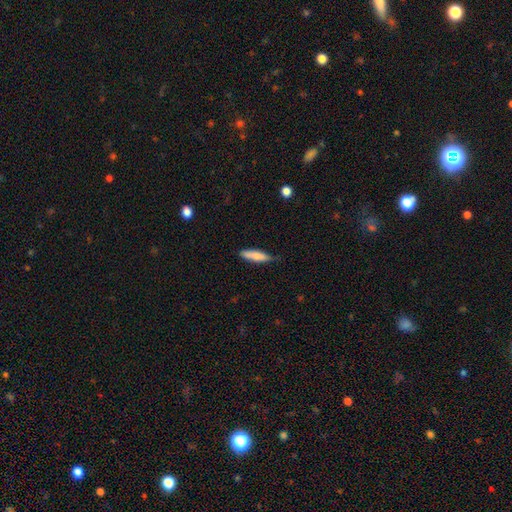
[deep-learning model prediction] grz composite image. It shows a smooth galaxy with no disk features (78%) that is cigar-shaped (70%). Merging: none (69%).